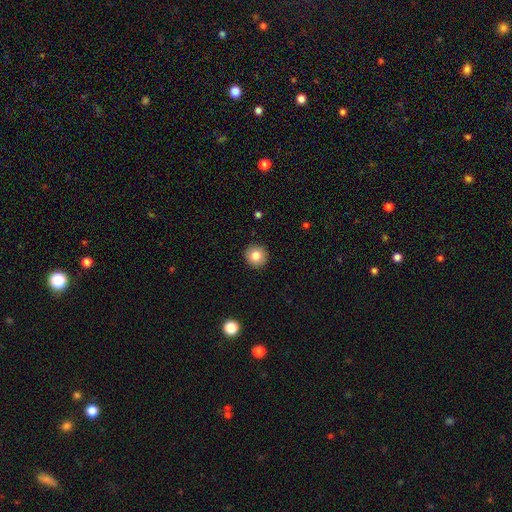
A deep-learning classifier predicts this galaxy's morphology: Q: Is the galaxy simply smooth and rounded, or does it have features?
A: smooth — 82%.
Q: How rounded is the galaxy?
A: round — 94%.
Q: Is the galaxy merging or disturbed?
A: none — 92%.